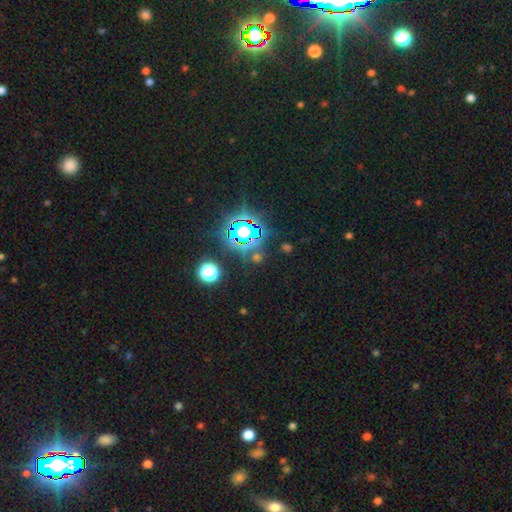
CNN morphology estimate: This appears to be a star or artifact, not a galaxy (76%).